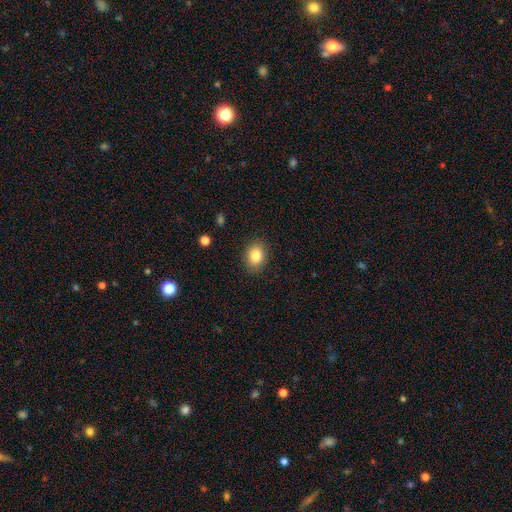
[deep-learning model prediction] smooth-or-featured: smooth: 84% | star or artifact: 9% | featured or disk: 7%
  how-rounded: in between: 62% | round: 37% | cigar-shaped: 1%
  merging: none: 88% | minor disturbance: 9% | major disturbance: 2% | merger: 1%